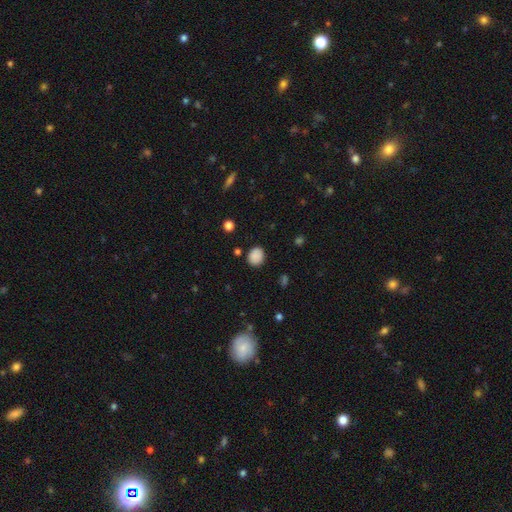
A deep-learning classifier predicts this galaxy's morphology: smooth_or_featured: smooth (p=0.86) [alt: star or artifact p=0.10]
how_rounded: round (p=0.62) [alt: in between p=0.37]
merging: none (p=0.82) [alt: minor disturbance p=0.13]